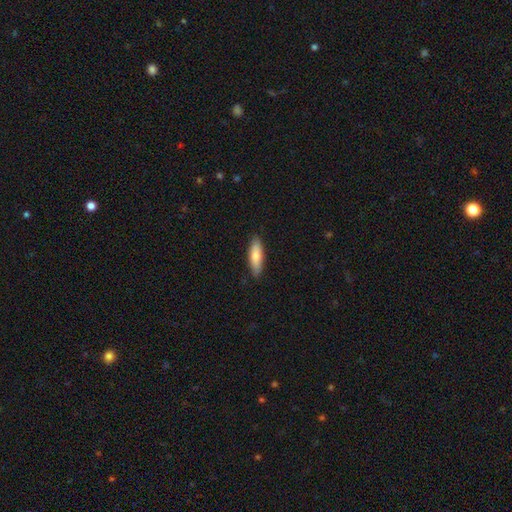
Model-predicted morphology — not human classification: smooth-or-featured: smooth: 76% | featured or disk: 19% | star or artifact: 5%
  how-rounded: cigar-shaped: 52% | in between: 46% | round: 2%
  merging: none: 87% | minor disturbance: 10% | major disturbance: 2% | merger: 1%